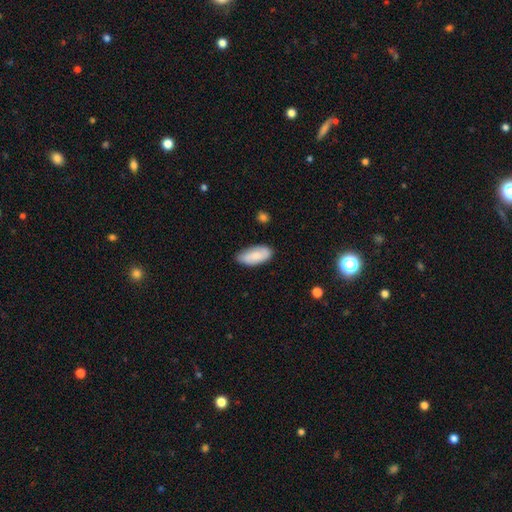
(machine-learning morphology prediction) Smooth or featured?
  - smooth: 78% *
  - featured or disk: 16%
  - star or artifact: 6%
How rounded?
  - in between: 90% *
  - cigar-shaped: 8%
  - round: 2%
Merging?
  - none: 77% *
  - minor disturbance: 18%
  - major disturbance: 3%
  - merger: 1%